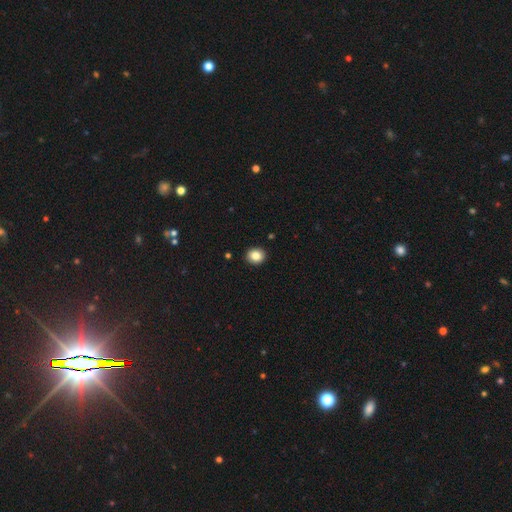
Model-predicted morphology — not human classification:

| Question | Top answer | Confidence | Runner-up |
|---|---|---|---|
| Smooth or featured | smooth | 85% | star or artifact (9%) |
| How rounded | round | 70% | in between (29%) |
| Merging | none | 92% | minor disturbance (6%) |